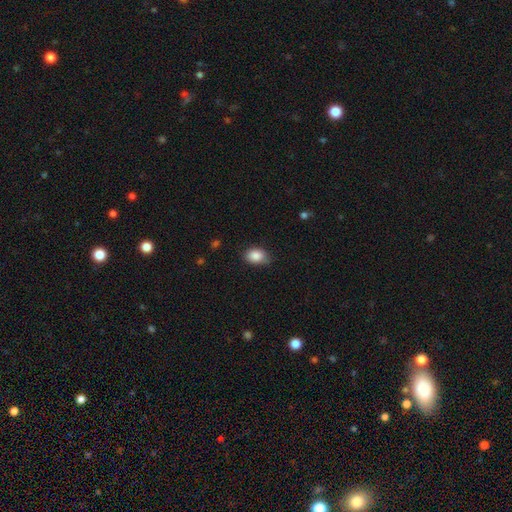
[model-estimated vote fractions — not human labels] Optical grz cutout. It shows a smooth galaxy with no disk features (87%) that is in between round and cigar-shaped (74%). Merging: none (72%).